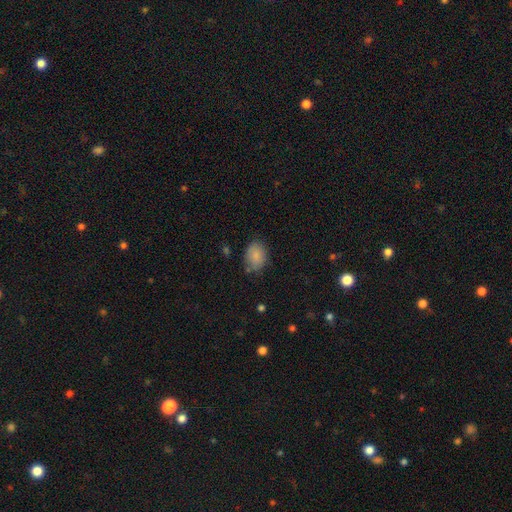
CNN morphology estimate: This appears to be a smooth galaxy with no disk features (85%) that is in between round and cigar-shaped (73%). Merging: none (75%).